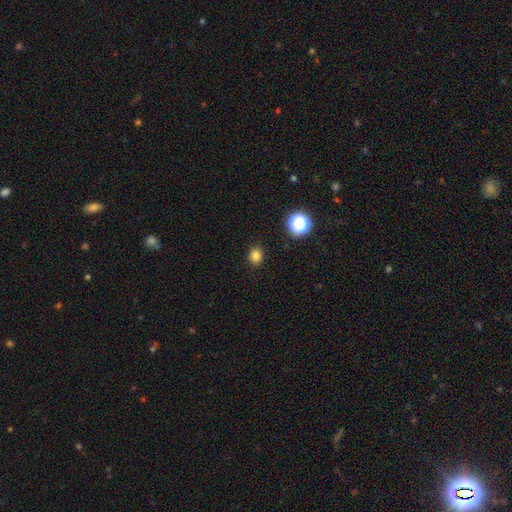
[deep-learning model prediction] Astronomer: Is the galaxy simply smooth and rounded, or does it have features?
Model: smooth — 81%.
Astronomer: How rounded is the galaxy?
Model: round — 73%.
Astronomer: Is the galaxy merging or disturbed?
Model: none — 90%.